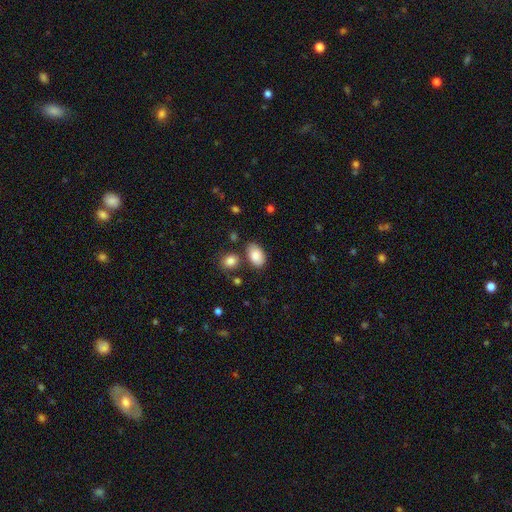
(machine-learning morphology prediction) type=smooth (87%); roundness=in between (90%); merging=none (73%).